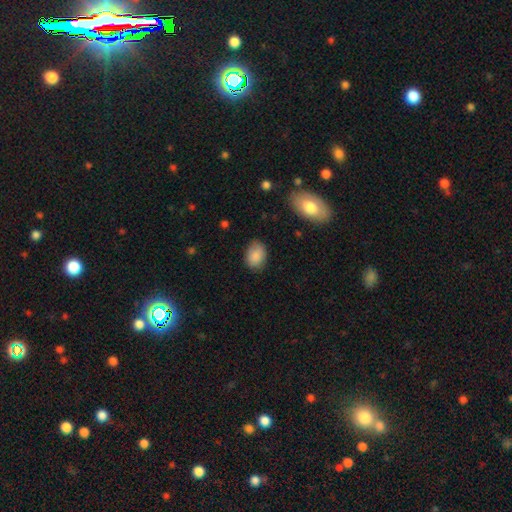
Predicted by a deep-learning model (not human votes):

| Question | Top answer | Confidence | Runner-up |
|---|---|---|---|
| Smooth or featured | smooth | 87% | star or artifact (7%) |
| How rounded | in between | 77% | round (22%) |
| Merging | none | 80% | minor disturbance (15%) |